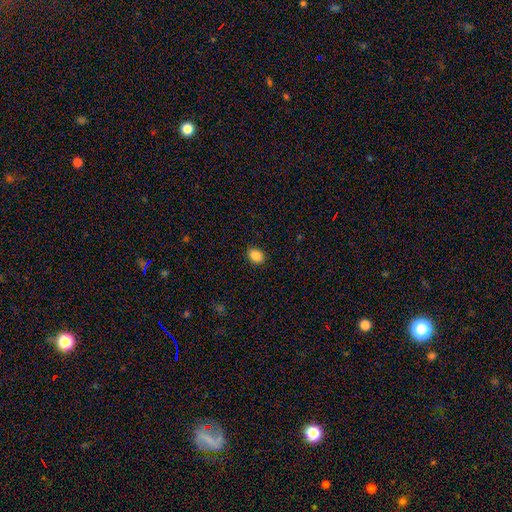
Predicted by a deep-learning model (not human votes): smooth 87%, star or artifact 9%, featured or disk 4%. Down the decision tree: how rounded — in between (69%); merging — none (89%).